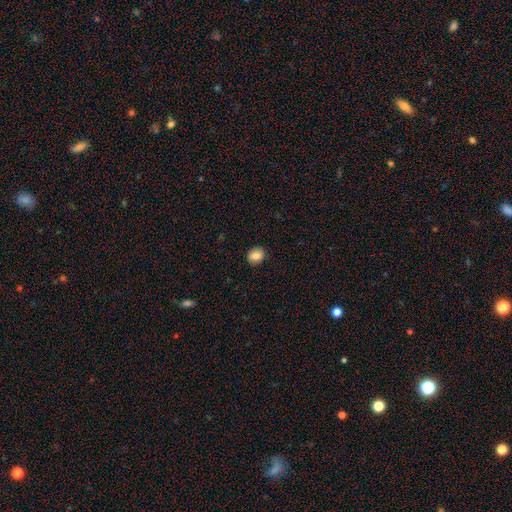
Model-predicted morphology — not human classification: Overall: smooth (82%). How rounded: round (62%; in between 37%). Merging: none (89%).